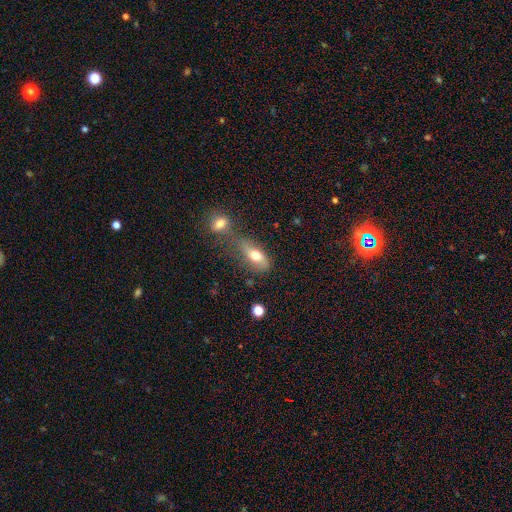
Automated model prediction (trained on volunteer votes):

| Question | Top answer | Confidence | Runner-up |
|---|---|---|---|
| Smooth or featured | smooth | 64% | featured or disk (26%) |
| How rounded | in between | 76% | cigar-shaped (15%) |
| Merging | none | 46% | merger (23%) |